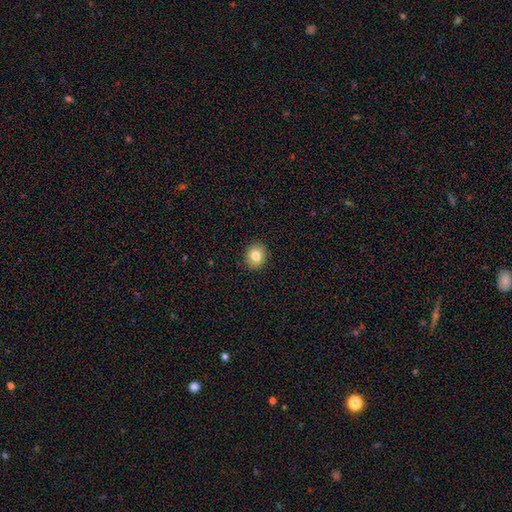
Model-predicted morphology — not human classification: Smooth or featured? Predicted: smooth (p=0.82). How rounded? Predicted: round (p=0.74). Merging? Predicted: none (p=0.91).